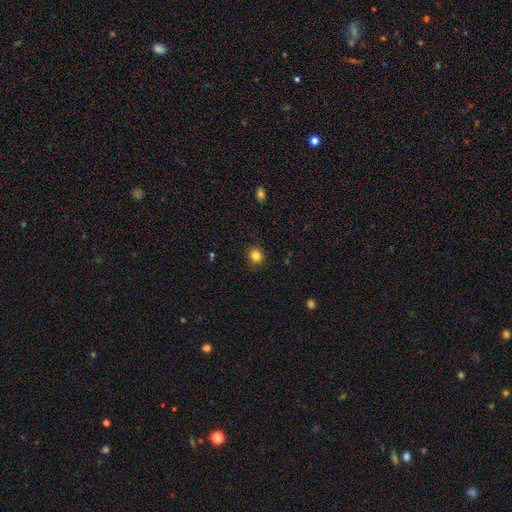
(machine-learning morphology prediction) Smooth or featured: smooth — 84% (star or artifact — 11%)
How rounded: round — 87% (in between — 12%)
Merging: none — 87% (minor disturbance — 9%)